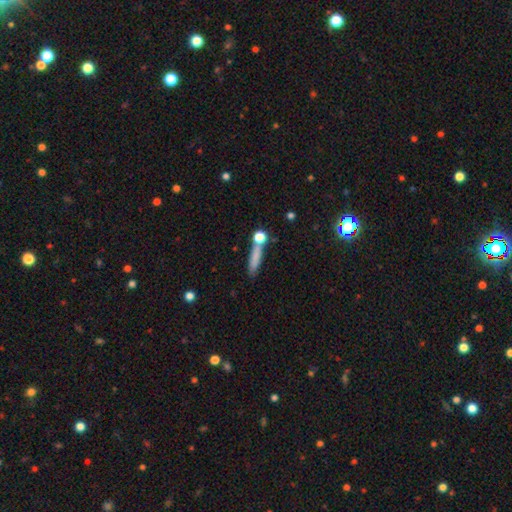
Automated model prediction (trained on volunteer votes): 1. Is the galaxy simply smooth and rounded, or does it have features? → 74% smooth, 15% featured or disk, 10% star or artifact.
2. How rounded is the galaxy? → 79% cigar-shaped, 14% in between, 7% round.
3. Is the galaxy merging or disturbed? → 67% none, 15% merger, 13% minor disturbance, 5% major disturbance.